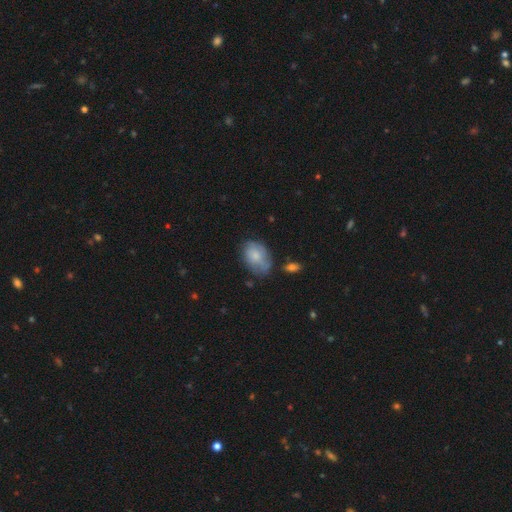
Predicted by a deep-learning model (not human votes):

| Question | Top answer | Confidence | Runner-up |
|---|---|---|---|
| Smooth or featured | smooth | 66% | featured or disk (27%) |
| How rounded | in between | 80% | round (18%) |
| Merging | none | 56% | minor disturbance (30%) |